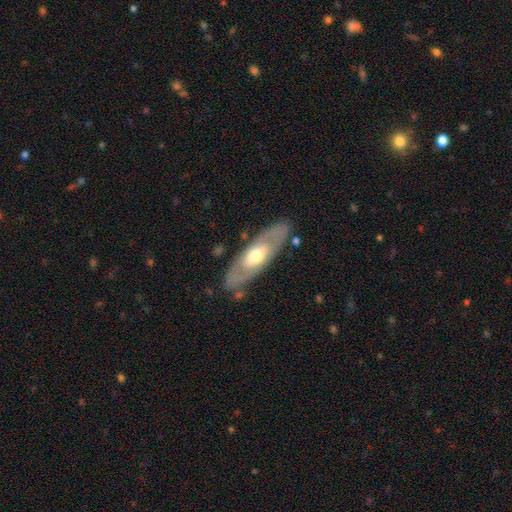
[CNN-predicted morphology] A featured or disk galaxy (58%). Merging: none (82%).